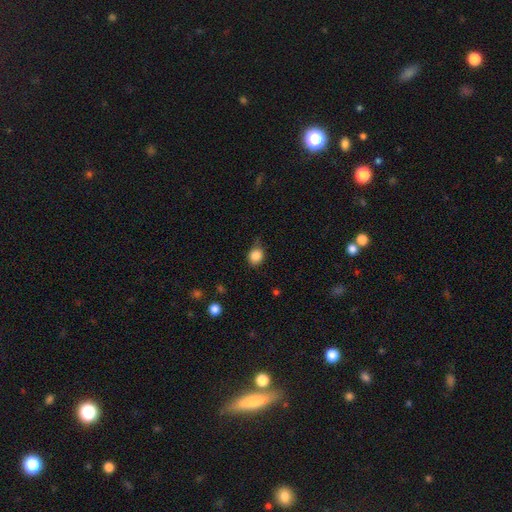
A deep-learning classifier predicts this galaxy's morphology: Q: Smooth or featured?
A: smooth (86%); runner-up: star or artifact (9%)
Q: How rounded?
A: round (65%); runner-up: in between (34%)
Q: Merging?
A: none (65%); runner-up: minor disturbance (27%)